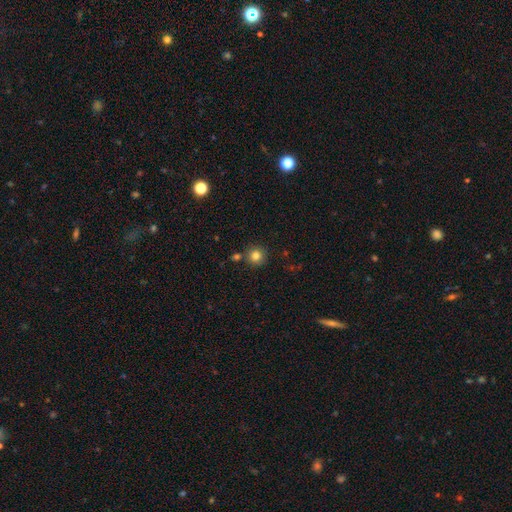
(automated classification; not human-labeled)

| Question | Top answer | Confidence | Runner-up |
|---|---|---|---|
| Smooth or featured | smooth | 83% | star or artifact (11%) |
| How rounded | round | 93% | in between (6%) |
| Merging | none | 81% | minor disturbance (8%) |